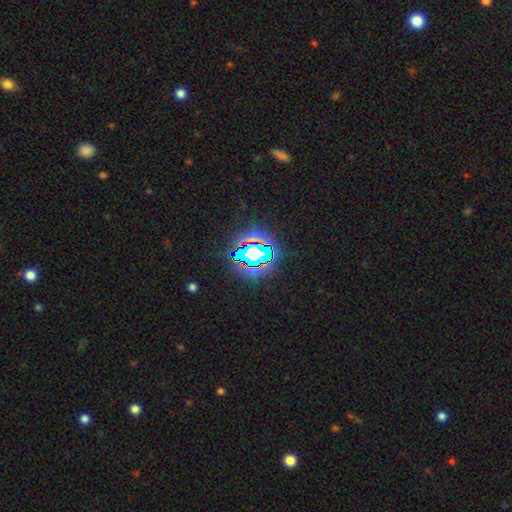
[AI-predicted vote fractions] This appears to be a star or artifact, not a galaxy (72%).